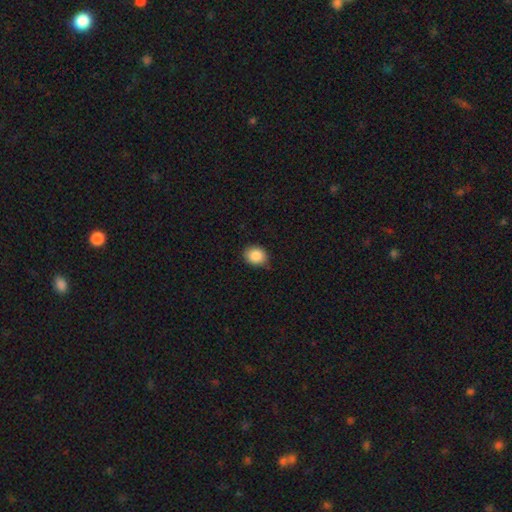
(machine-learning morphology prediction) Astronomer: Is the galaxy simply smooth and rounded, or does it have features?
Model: smooth — 86%.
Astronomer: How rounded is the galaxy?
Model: round — 60% (runner-up: in between, 39%).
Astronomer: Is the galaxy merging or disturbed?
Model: none — 78%.